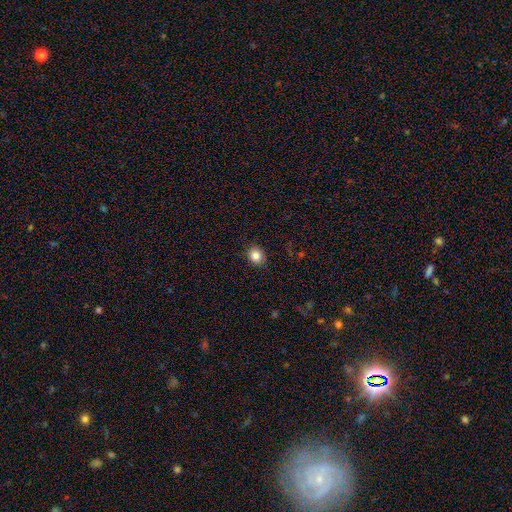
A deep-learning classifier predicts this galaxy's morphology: Smooth or featured? smooth (84%)
How rounded? round (66%)
Merging? none (89%)